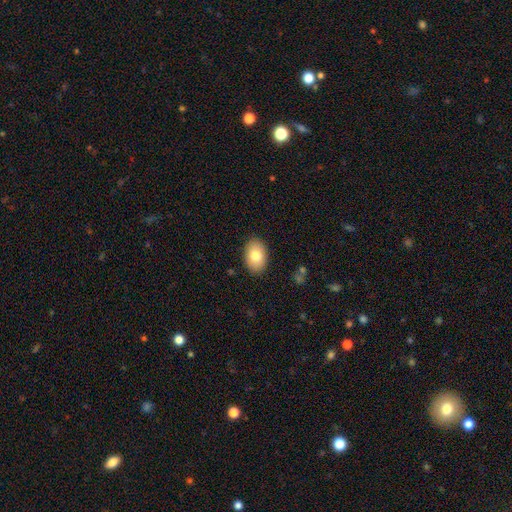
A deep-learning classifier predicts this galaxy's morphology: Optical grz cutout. It shows a smooth galaxy with no disk features (80%) that is in between round and cigar-shaped (86%). Merging: none (88%).